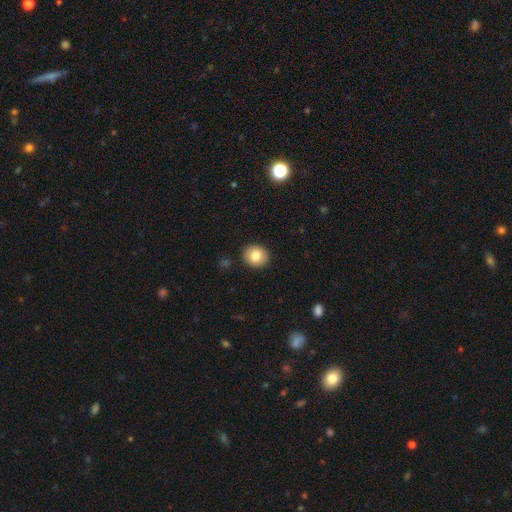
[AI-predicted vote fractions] This is clearly a smooth galaxy (82%). How rounded: likely round (76%). Merging: clearly none (90%).